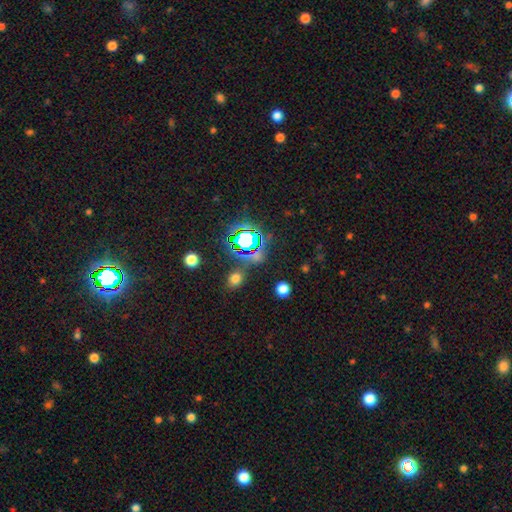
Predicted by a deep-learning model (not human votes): Smooth or featured?
  - star or artifact: 62% *
  - smooth: 29%
  - featured or disk: 9%